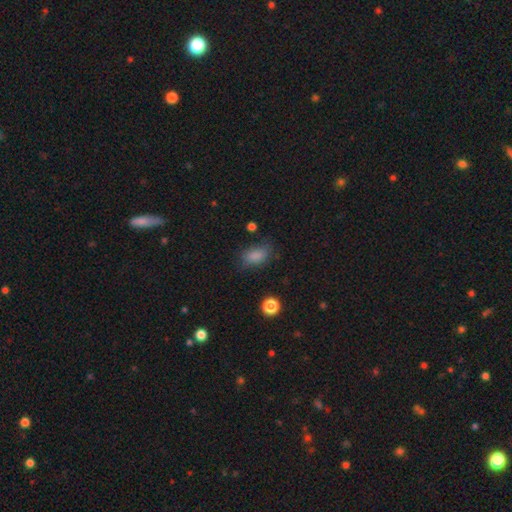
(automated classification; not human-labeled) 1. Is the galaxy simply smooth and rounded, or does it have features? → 82% smooth, 11% star or artifact, 7% featured or disk.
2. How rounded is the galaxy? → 86% in between, 9% round, 5% cigar-shaped.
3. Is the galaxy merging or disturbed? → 68% none, 22% minor disturbance, 8% major disturbance, 2% merger.